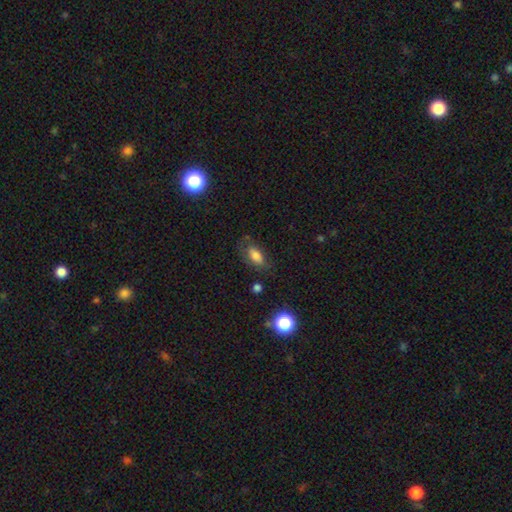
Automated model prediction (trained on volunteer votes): Overall: smooth (73%). How rounded: in between (85%). Merging: none (65%).